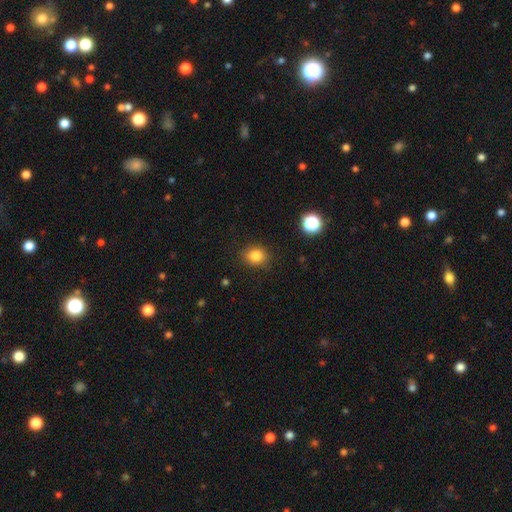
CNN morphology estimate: smooth 83%, star or artifact 12%, featured or disk 5%. Down the decision tree: how rounded — round (69%); merging — none (86%).